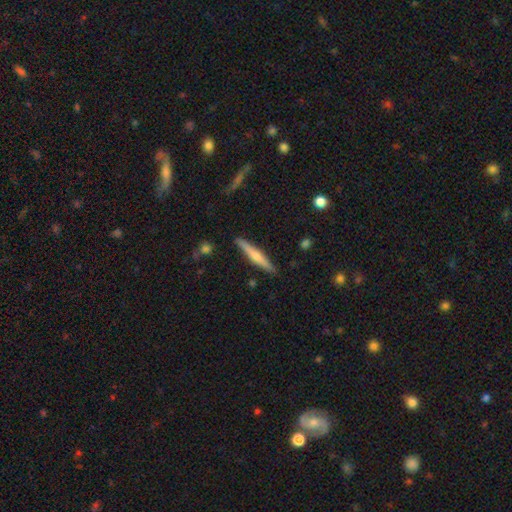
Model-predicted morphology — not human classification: This is possibly a featured or disk galaxy (50%). Merging: clearly none (89%).